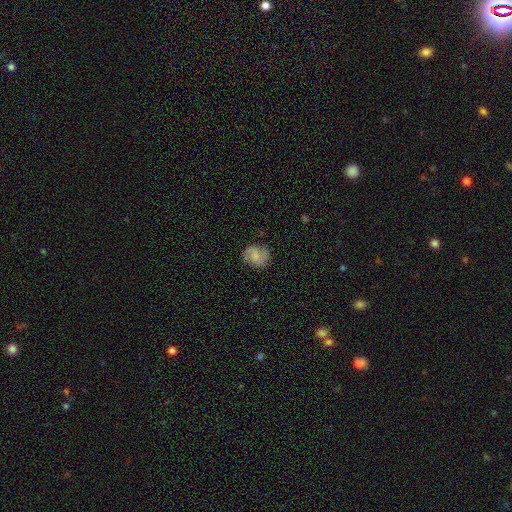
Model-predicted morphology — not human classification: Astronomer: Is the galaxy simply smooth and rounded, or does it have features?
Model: smooth — 48% (runner-up: featured or disk, 44%).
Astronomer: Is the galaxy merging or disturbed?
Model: none — 75%.